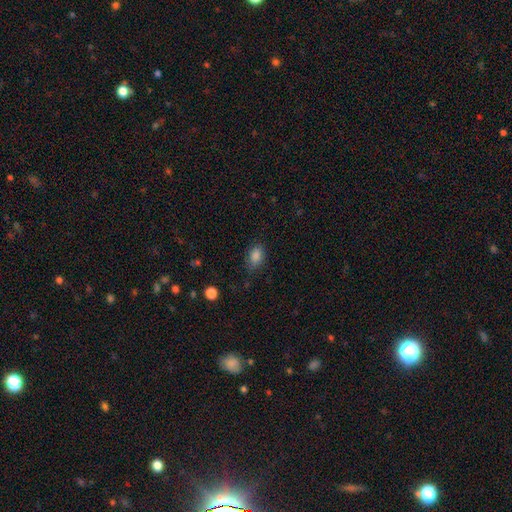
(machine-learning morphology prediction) smooth_or_featured: smooth (p=0.84) [alt: star or artifact p=0.10]
how_rounded: in between (p=0.85) [alt: round p=0.13]
merging: none (p=0.76) [alt: minor disturbance p=0.18]